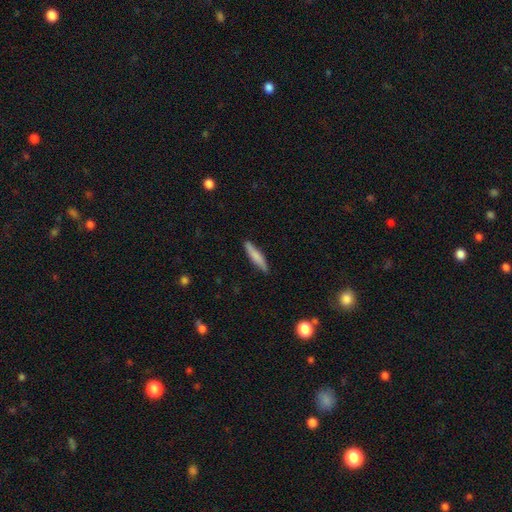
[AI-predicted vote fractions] smooth-or-featured: smooth: 74% | featured or disk: 20% | star or artifact: 6%
  how-rounded: cigar-shaped: 87% | in between: 11% | round: 1%
  merging: none: 85% | minor disturbance: 12% | major disturbance: 2% | merger: 1%